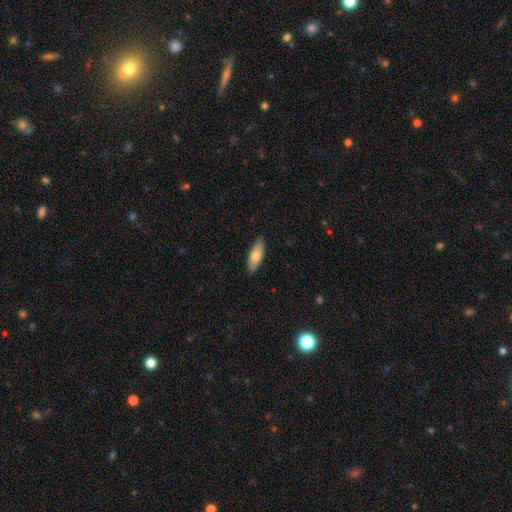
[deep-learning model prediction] smooth 74%, featured or disk 21%, star or artifact 6%. Down the decision tree: how rounded — in between (66%); merging — none (87%).